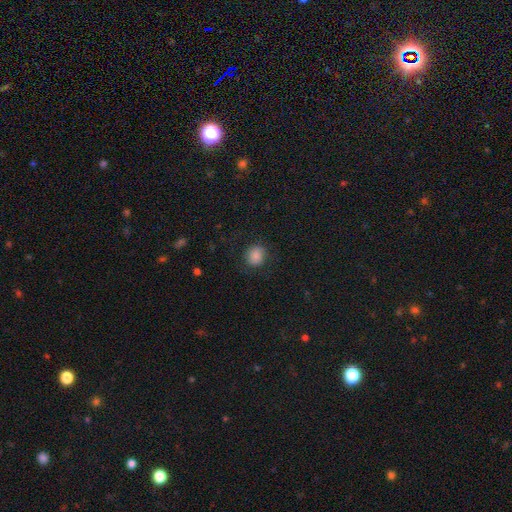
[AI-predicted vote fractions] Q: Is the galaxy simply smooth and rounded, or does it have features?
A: smooth — 85%.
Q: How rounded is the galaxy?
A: round — 77%.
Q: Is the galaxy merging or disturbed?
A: none — 83%.